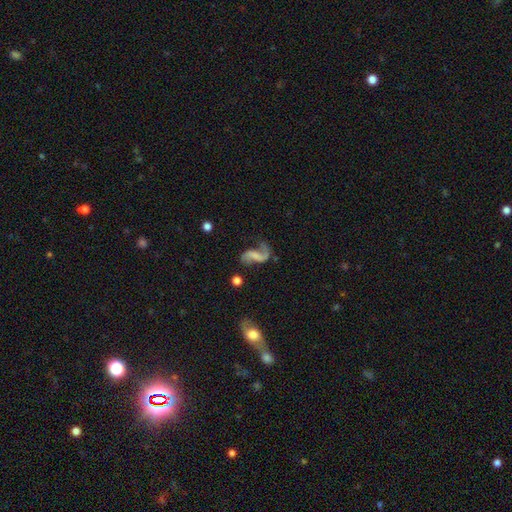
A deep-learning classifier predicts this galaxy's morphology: A featured or disk galaxy (80%) with a weak bar (41%), 2 (82%) loose (78%) spiral arms (93%) and no central bulge (61%). Merging: none (53%).